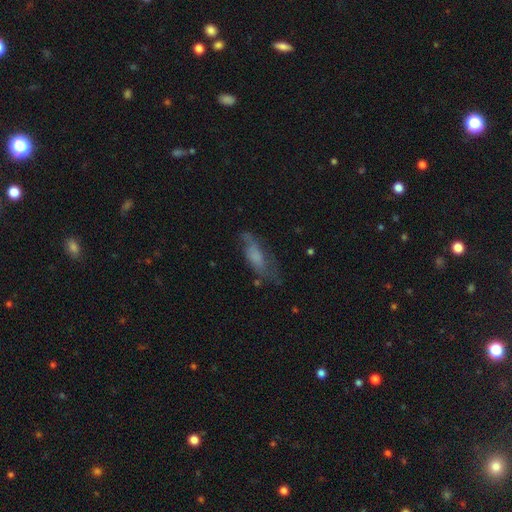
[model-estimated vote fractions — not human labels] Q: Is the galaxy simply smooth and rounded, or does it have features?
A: smooth — 52%.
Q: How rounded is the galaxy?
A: in between — 60%.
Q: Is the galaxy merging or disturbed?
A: none — 51%.